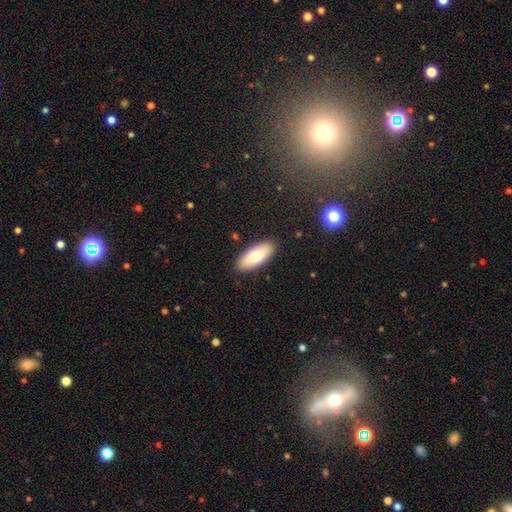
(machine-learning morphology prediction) This is likely a smooth galaxy (72%). How rounded: clearly in between (86%). Merging: clearly none (89%).